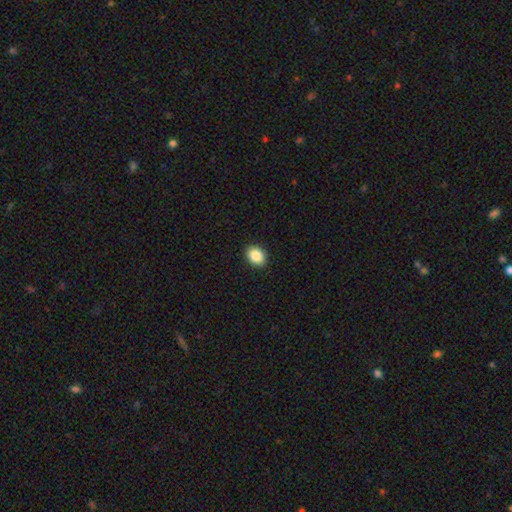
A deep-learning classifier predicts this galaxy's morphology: Smooth or featured? Predicted: smooth (p=0.88). How rounded? Predicted: in between (p=0.64). Merging? Predicted: none (p=0.91).